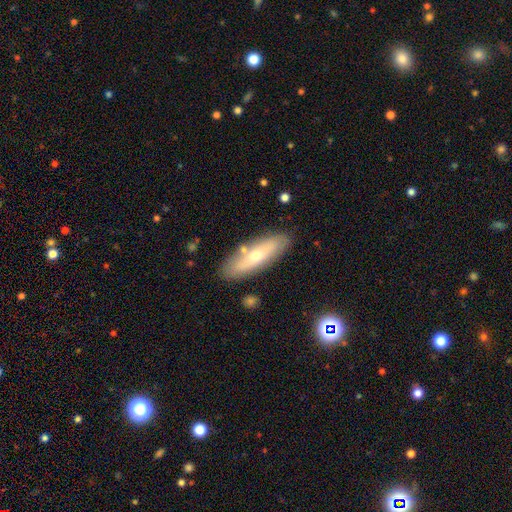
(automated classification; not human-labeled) The model was most divided on "smooth or featured": smooth: 52%, featured or disk: 42%, star or artifact: 7%. More confident: merging — none (82%); how rounded — cigar-shaped (56%).